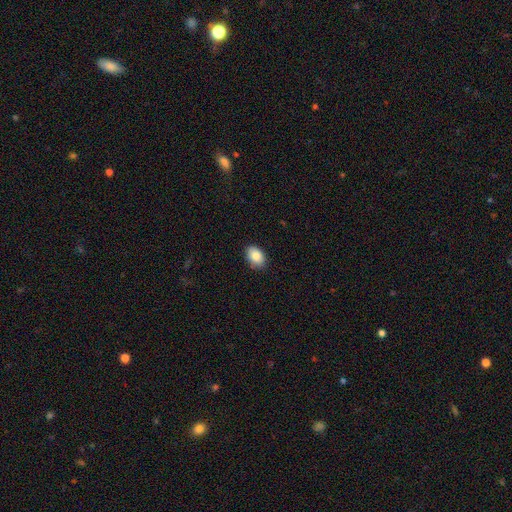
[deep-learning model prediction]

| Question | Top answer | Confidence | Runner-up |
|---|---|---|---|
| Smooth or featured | smooth | 84% | featured or disk (8%) |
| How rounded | in between | 83% | round (16%) |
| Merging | none | 87% | minor disturbance (10%) |